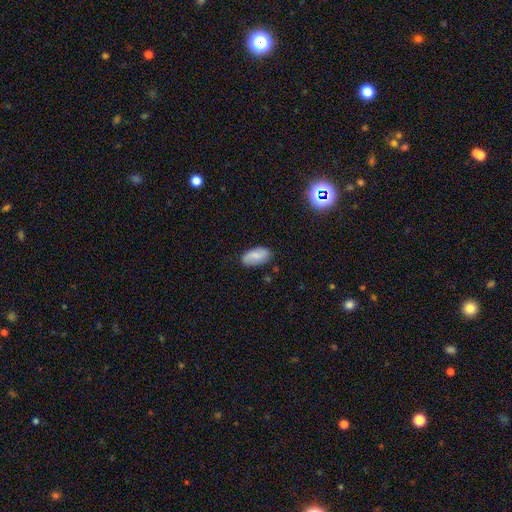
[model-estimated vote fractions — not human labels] A smooth galaxy with no disk features (67%) that is in between round and cigar-shaped (93%). Merging: none (81%).